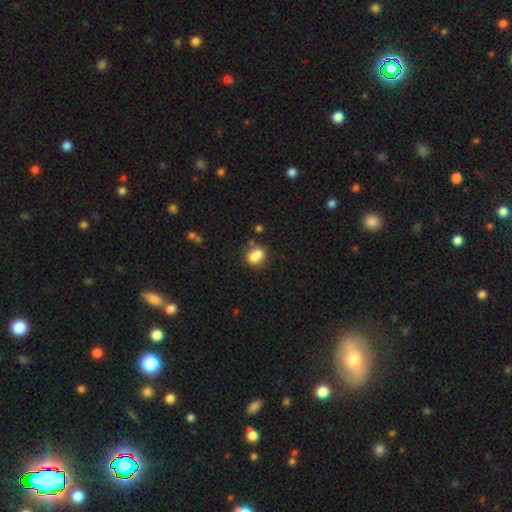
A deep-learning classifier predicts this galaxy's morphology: A smooth galaxy with no disk features (74%) that is round (53%).

Vote fractions:
- Smooth or featured? smooth: 74% / featured or disk: 16% / star or artifact: 10%
- How rounded? round: 53% / in between: 46% / cigar-shaped: 2%
- Merging? merger: 41% / none: 40% / minor disturbance: 13% / major disturbance: 5%